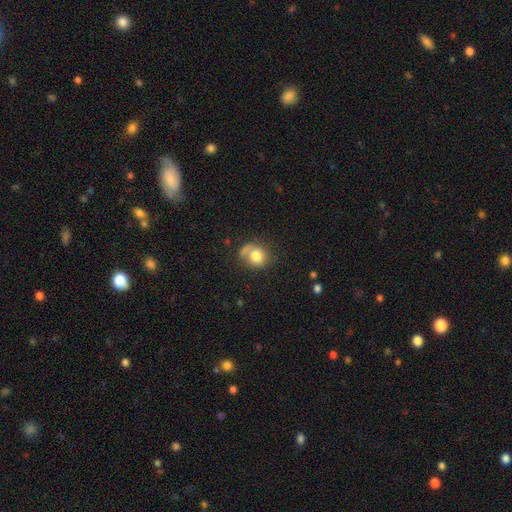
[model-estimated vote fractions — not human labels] This appears to be a smooth galaxy with no disk features (77%) that is round (69%). Merging: none (49%).